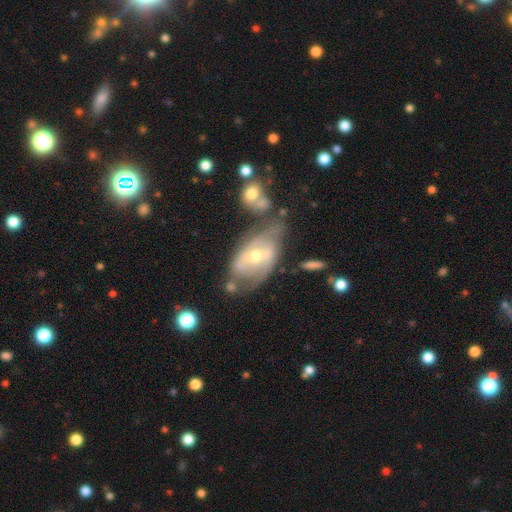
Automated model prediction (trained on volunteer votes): featured or disk 75%, smooth 18%, star or artifact 7%. Down the decision tree: edge-on disk — no (93%); bar — weak (41%); spiral arms — yes (76%); spiral arm count — 2 (62%); spiral winding — medium (41%); bulge size — moderate (56%); merging — none (40%).